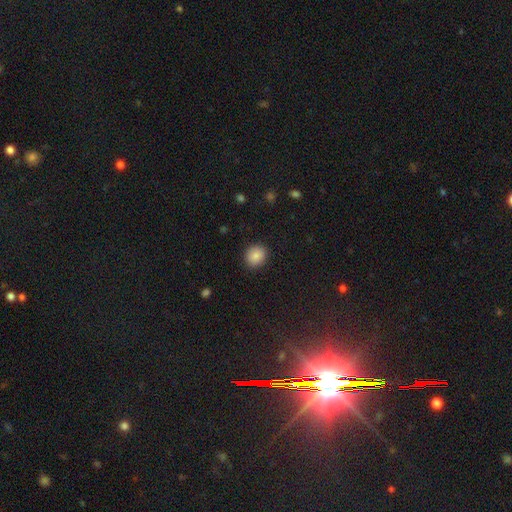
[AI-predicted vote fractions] Morphology: type=smooth (86%); roundness=round (72%); merging=none (89%).